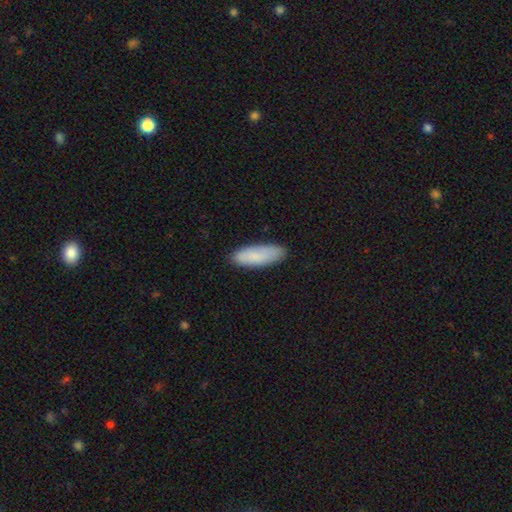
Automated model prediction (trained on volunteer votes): This appears to be a smooth galaxy with no disk features (83%) that is in between round and cigar-shaped (66%). Merging: none (84%).